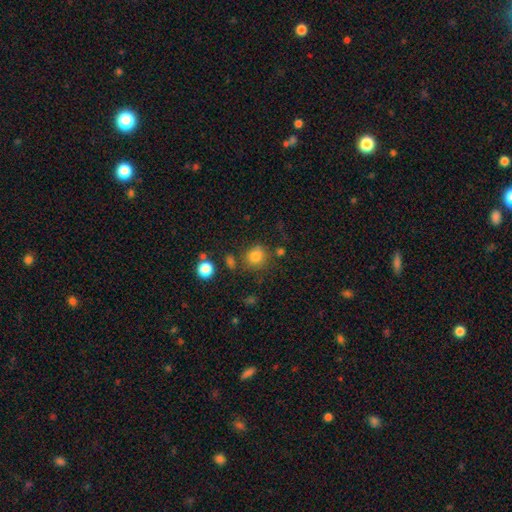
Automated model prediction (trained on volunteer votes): Smooth or featured? smooth (81%)
How rounded? round (82%)
Merging? none (73%)